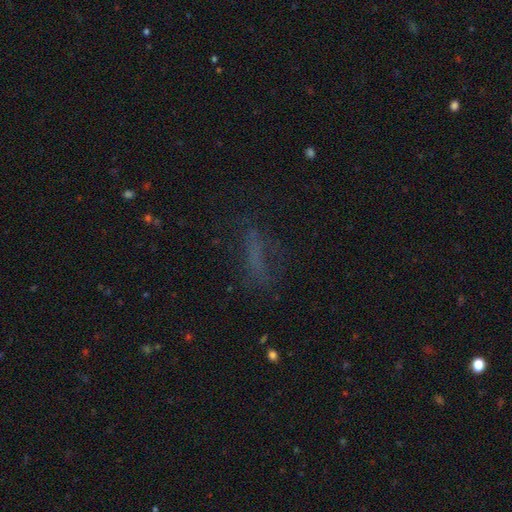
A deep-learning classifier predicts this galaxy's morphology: The model was most divided on "smooth or featured": smooth: 49%, star or artifact: 26%, featured or disk: 25%. More confident: merging — none (64%).